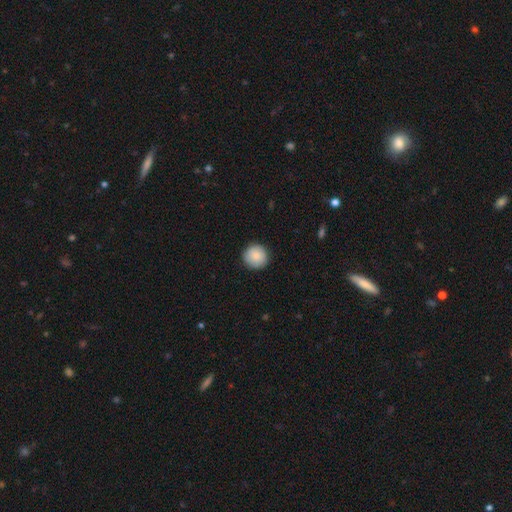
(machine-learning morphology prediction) smooth_or_featured: smooth (p=0.86) [alt: star or artifact p=0.07]
how_rounded: round (p=0.95) [alt: in between p=0.04]
merging: none (p=0.90) [alt: minor disturbance p=0.07]